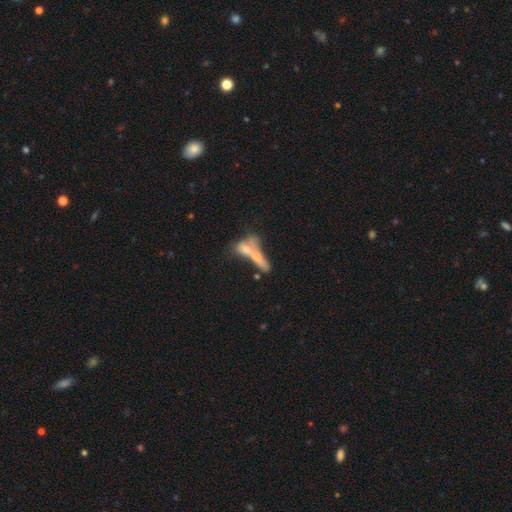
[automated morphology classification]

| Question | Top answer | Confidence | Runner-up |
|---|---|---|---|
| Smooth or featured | smooth | 54% | featured or disk (37%) |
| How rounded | cigar-shaped | 52% | in between (41%) |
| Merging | merger | 62% | none (19%) |